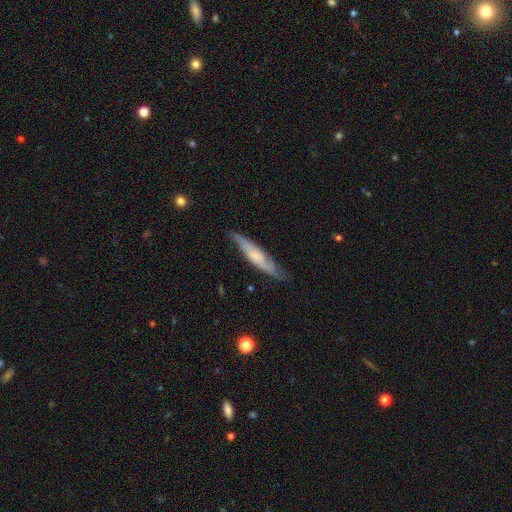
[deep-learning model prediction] Smooth or featured?
  - featured or disk: 55% *
  - smooth: 39%
  - star or artifact: 6%
Edge-on disk?
  - yes: 58% *
  - no: 42%
Merging?
  - none: 76% *
  - minor disturbance: 19%
  - major disturbance: 4%
  - merger: 2%